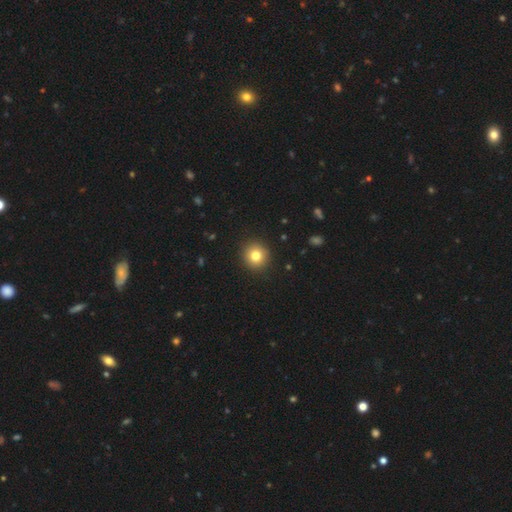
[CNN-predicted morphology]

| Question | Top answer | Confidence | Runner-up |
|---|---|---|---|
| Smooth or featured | smooth | 80% | star or artifact (11%) |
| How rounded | round | 93% | in between (6%) |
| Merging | none | 92% | minor disturbance (5%) |